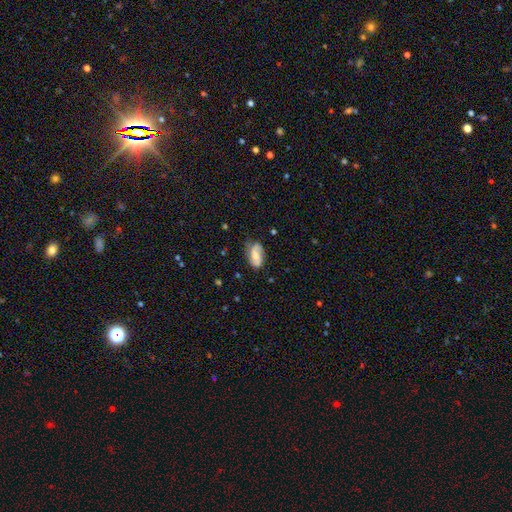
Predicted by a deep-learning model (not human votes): featured or disk 50%, smooth 42%, star or artifact 7%. Down the decision tree: edge-on disk — no (95%); merging — none (69%).